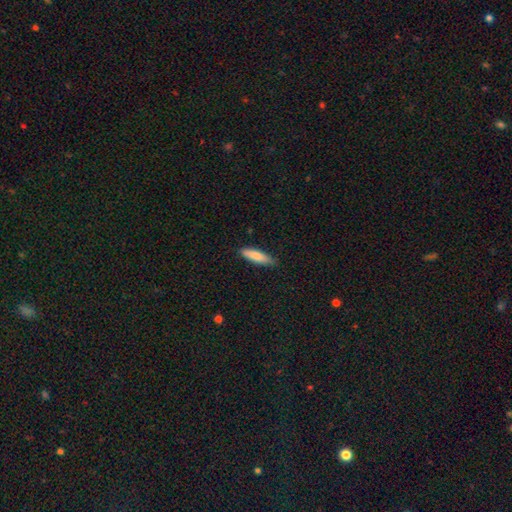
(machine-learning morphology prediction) A smooth galaxy with no disk features (82%) that is cigar-shaped (65%). Merging: none (80%).